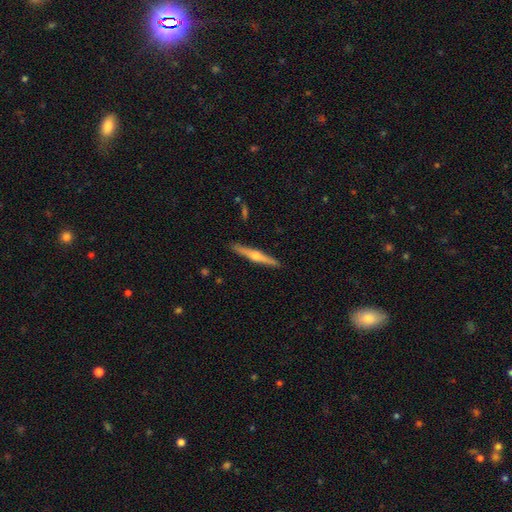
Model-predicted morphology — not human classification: type=featured or disk (68%); edge-on=yes (98%); edge-on bulge=rounded (90%); merging=none (91%).